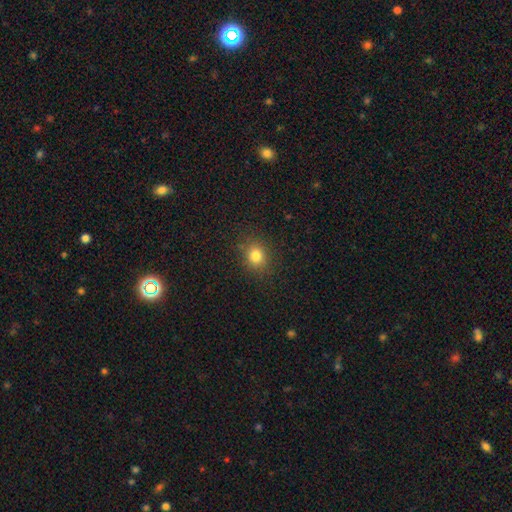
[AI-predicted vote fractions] smooth 80%, star or artifact 14%, featured or disk 6%. Down the decision tree: how rounded — round (72%); merging — none (87%).